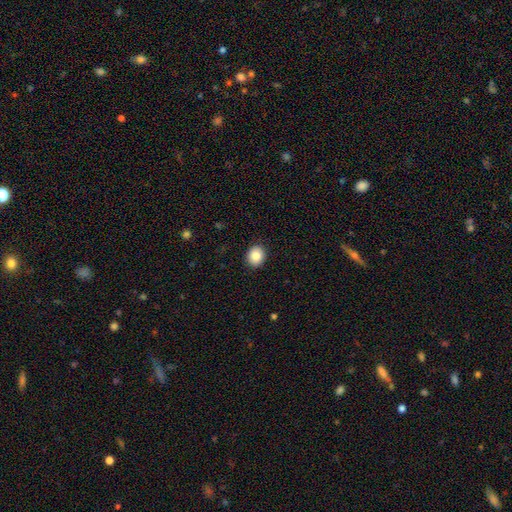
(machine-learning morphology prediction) A smooth galaxy with no disk features (85%) that is round (65%). Merging: none (91%).